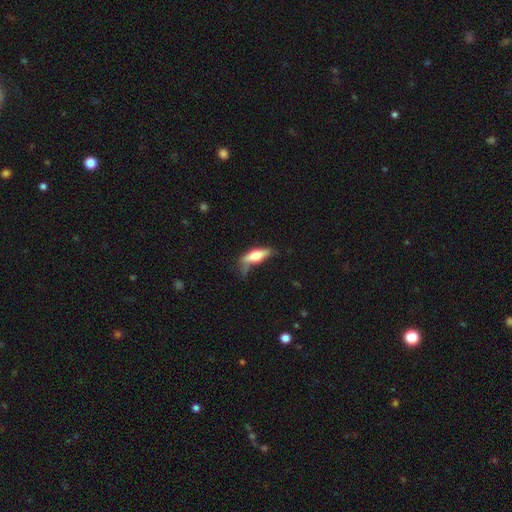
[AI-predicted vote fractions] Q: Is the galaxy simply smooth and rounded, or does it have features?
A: smooth — 53%.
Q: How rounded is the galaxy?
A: in between — 52%.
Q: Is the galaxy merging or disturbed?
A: none — 46%.